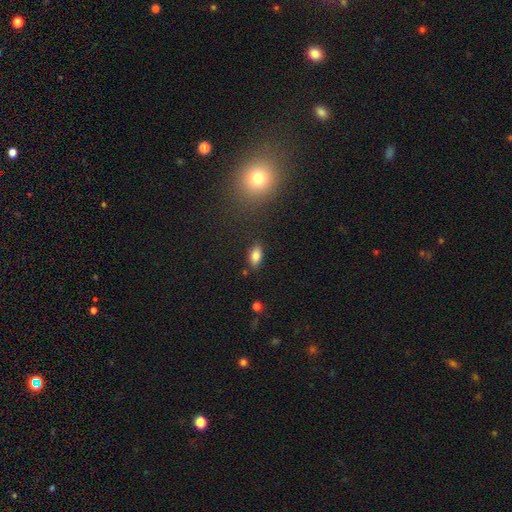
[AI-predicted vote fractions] Smooth or featured?
  - smooth: 83% *
  - star or artifact: 9%
  - featured or disk: 8%
How rounded?
  - in between: 89% *
  - cigar-shaped: 6%
  - round: 5%
Merging?
  - none: 82% *
  - minor disturbance: 13%
  - major disturbance: 3%
  - merger: 2%